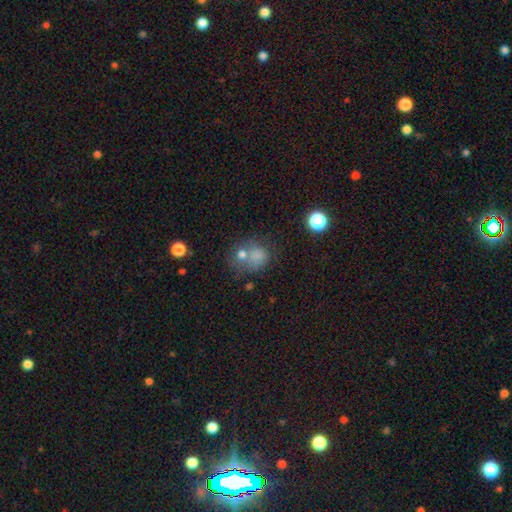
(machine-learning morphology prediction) smooth_or_featured: smooth (p=0.67) [alt: star or artifact p=0.19]
how_rounded: round (p=0.73) [alt: in between p=0.25]
merging: none (p=0.45) [alt: merger p=0.31]